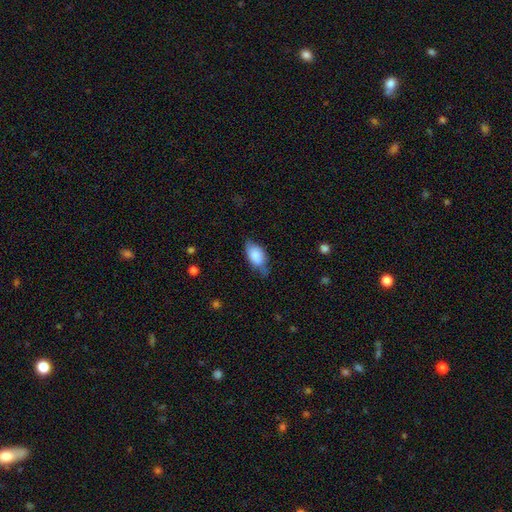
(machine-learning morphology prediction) The model was most divided on "merging": none: 55%, minor disturbance: 35%, major disturbance: 9%, merger: 2%. More confident: how rounded — in between (91%); smooth or featured — smooth (78%).